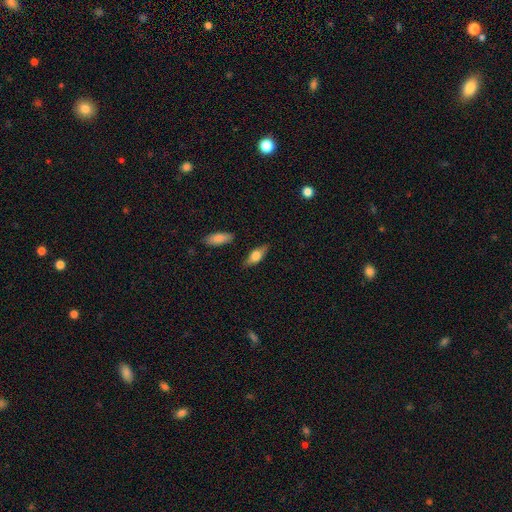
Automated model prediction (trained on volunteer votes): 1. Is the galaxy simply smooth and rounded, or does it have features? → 60% smooth, 33% featured or disk, 6% star or artifact.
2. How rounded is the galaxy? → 73% in between, 23% cigar-shaped, 4% round.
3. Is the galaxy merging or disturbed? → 82% none, 13% minor disturbance, 3% major disturbance, 3% merger.